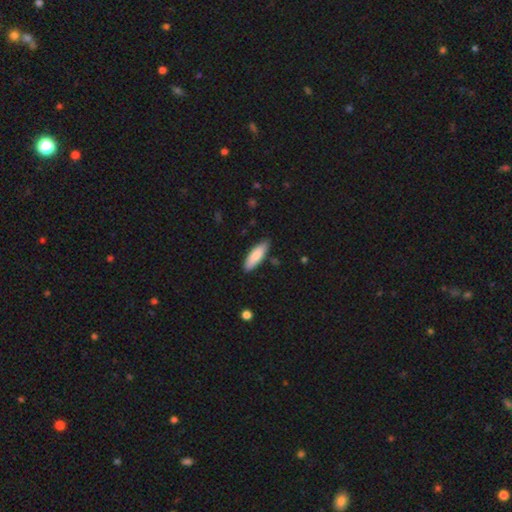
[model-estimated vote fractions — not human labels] smooth-or-featured: smooth: 83% | featured or disk: 12% | star or artifact: 5%
  how-rounded: in between: 51% | cigar-shaped: 48% | round: 1%
  merging: none: 85% | minor disturbance: 11% | major disturbance: 2% | merger: 2%